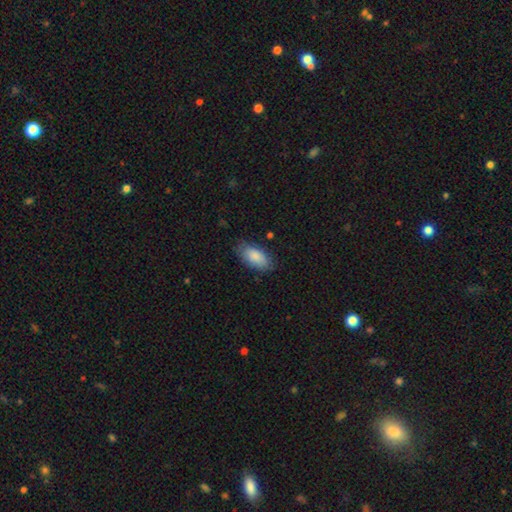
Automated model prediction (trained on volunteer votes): A smooth galaxy with no disk features (85%) that is in between round and cigar-shaped (91%). Merging: none (82%).